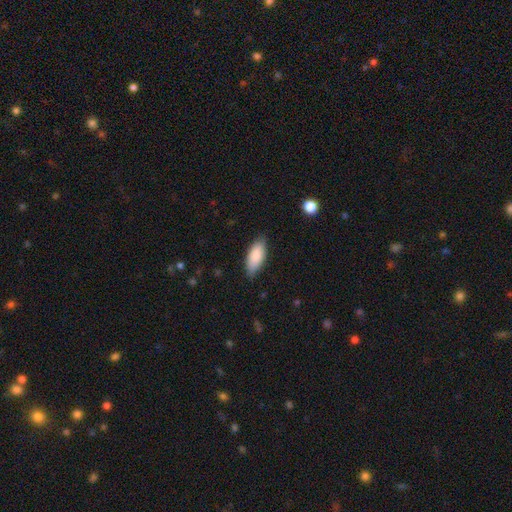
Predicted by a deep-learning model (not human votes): smooth 86%, featured or disk 8%, star or artifact 6%. Down the decision tree: how rounded — in between (84%); merging — none (82%).